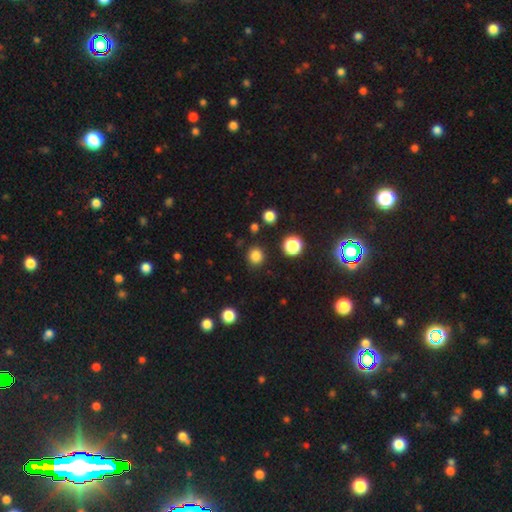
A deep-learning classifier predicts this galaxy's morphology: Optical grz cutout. It shows a smooth galaxy with no disk features (82%) that is round (89%). Merging: none (88%).